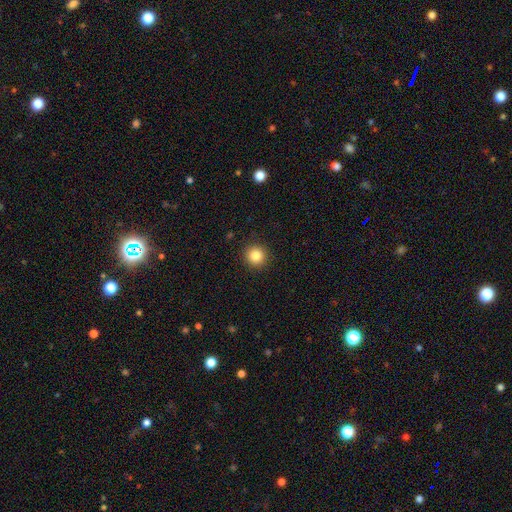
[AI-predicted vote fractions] This appears to be a smooth galaxy with no disk features (85%) that is round (94%). Merging: none (92%).